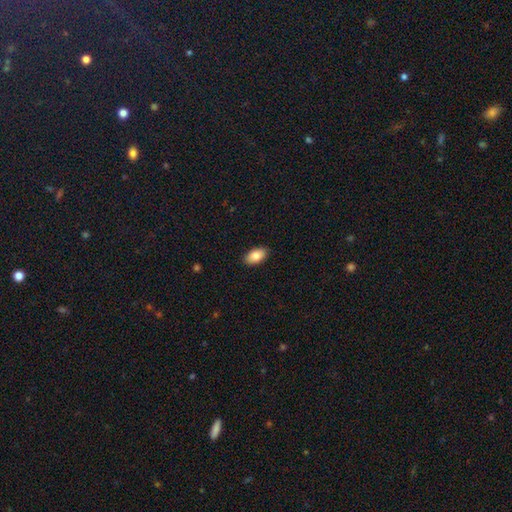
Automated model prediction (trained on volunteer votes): Smooth or featured? Predicted: smooth (p=0.85). How rounded? Predicted: in between (p=0.94). Merging? Predicted: none (p=0.89).